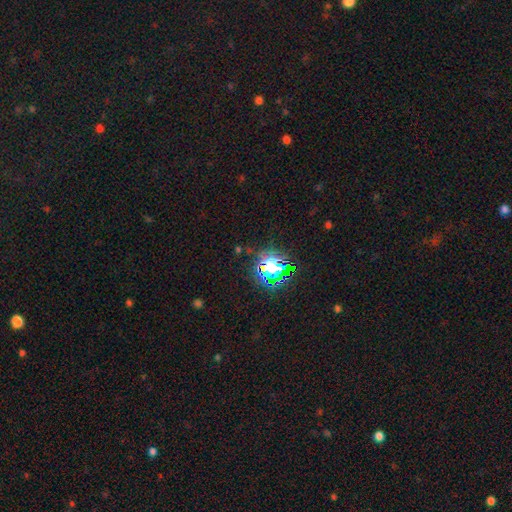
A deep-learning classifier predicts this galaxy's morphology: Smooth or featured? Predicted: star or artifact (p=0.79).